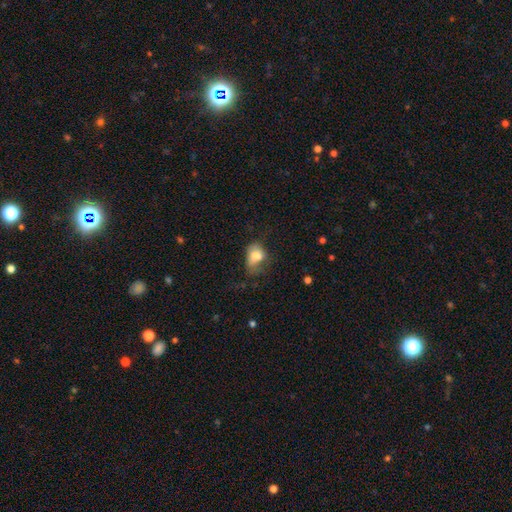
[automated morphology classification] This appears to be a smooth galaxy with no disk features (69%) that is in between round and cigar-shaped (75%). Merging: minor disturbance (28%).